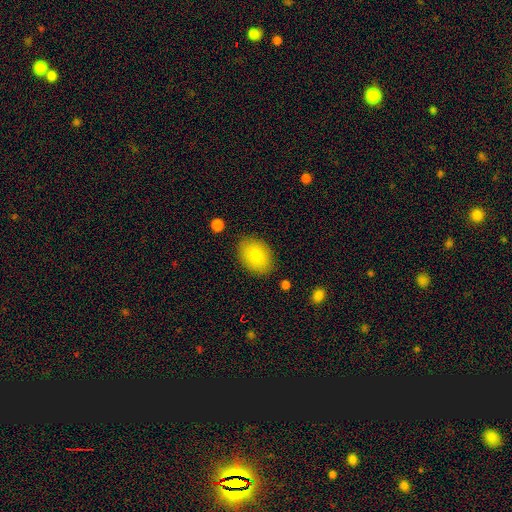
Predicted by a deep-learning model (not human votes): smooth 84%, featured or disk 9%, star or artifact 7%. Down the decision tree: how rounded — in between (78%); merging — none (84%).